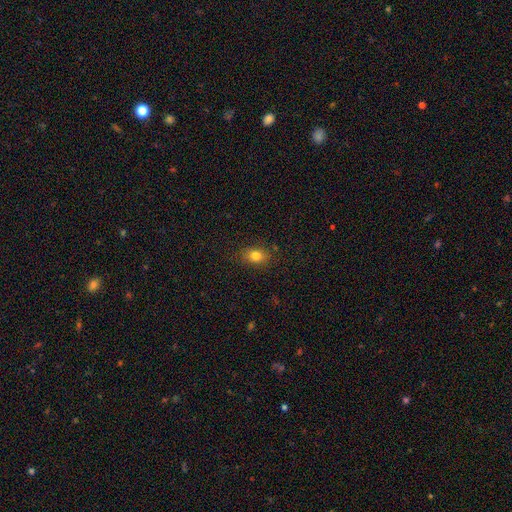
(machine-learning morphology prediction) Smooth or featured? Predicted: smooth (p=0.80). How rounded? Predicted: in between (p=0.70). Merging? Predicted: none (p=0.84).